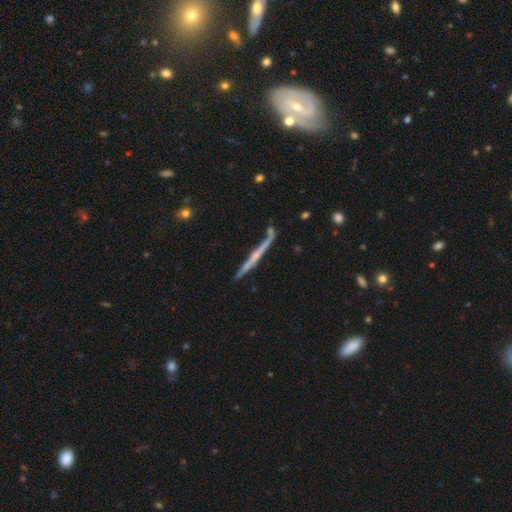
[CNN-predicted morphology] This is likely a featured or disk galaxy (70%). It is clearly viewed edge-on (97%). Edge-on bulge: possibly none (49%). Merging: likely none (75%).